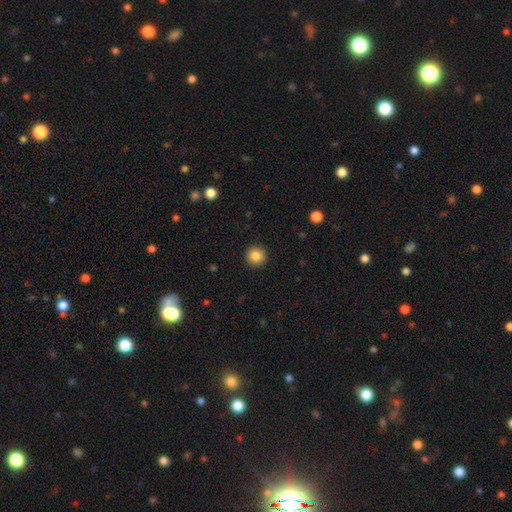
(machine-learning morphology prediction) Overall: smooth (85%). How rounded: round (95%). Merging: none (93%).